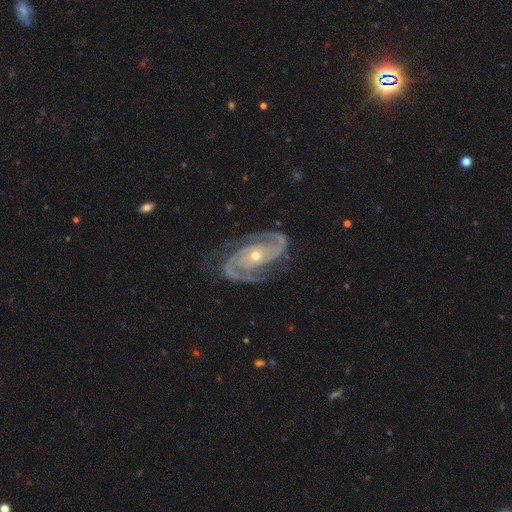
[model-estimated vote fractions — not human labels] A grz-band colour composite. It shows a featured or disk galaxy (94%) with no bar (65%), 2 (89%) tight (55%) spiral arms (99%) and a small central bulge (50%). Merging: none (79%).